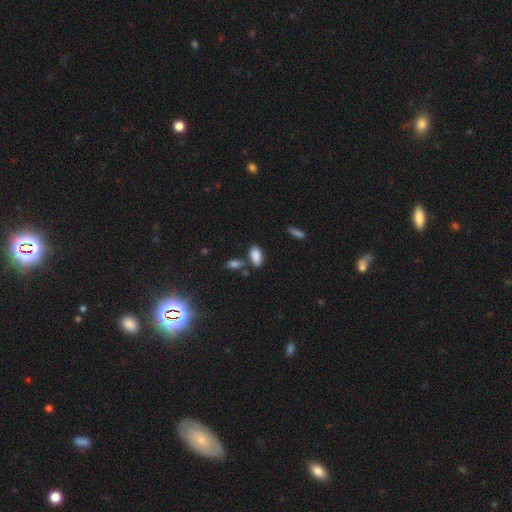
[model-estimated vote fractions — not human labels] Smooth or featured: smooth — 86% (star or artifact — 8%)
How rounded: in between — 91% (cigar-shaped — 6%)
Merging: none — 67% (minor disturbance — 15%)